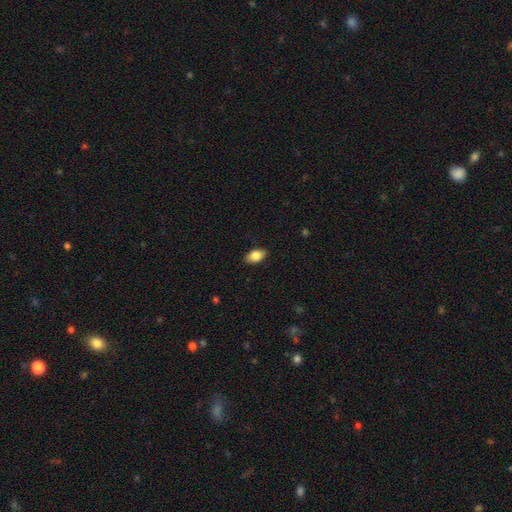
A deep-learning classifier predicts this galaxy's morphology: A smooth galaxy with no disk features (84%) that is in between round and cigar-shaped (90%).

Vote fractions:
- Smooth or featured? smooth: 84% / featured or disk: 8% / star or artifact: 7%
- How rounded? in between: 90% / round: 8% / cigar-shaped: 2%
- Merging? none: 88% / minor disturbance: 9% / major disturbance: 2% / merger: 1%